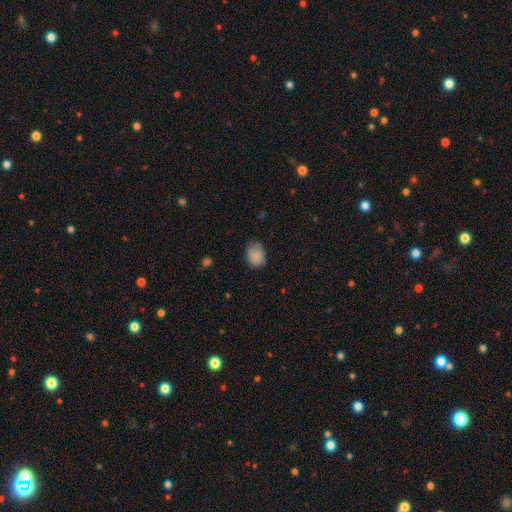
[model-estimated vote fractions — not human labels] smooth-or-featured: smooth: 87% | star or artifact: 8% | featured or disk: 5%
  how-rounded: in between: 68% | round: 31% | cigar-shaped: 1%
  merging: none: 75% | minor disturbance: 20% | major disturbance: 4% | merger: 1%